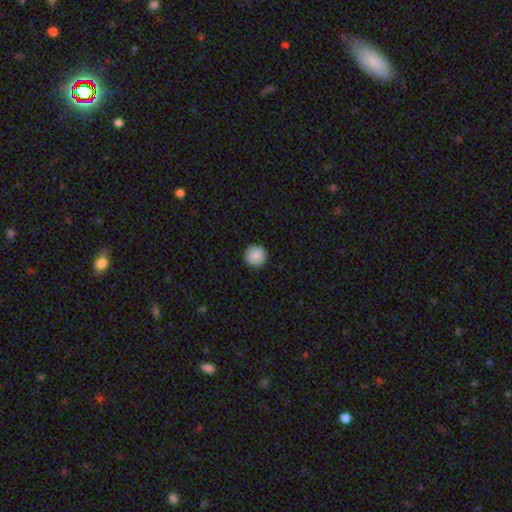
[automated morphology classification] This appears to be a smooth galaxy with no disk features (89%) that is round (96%). Merging: none (92%).